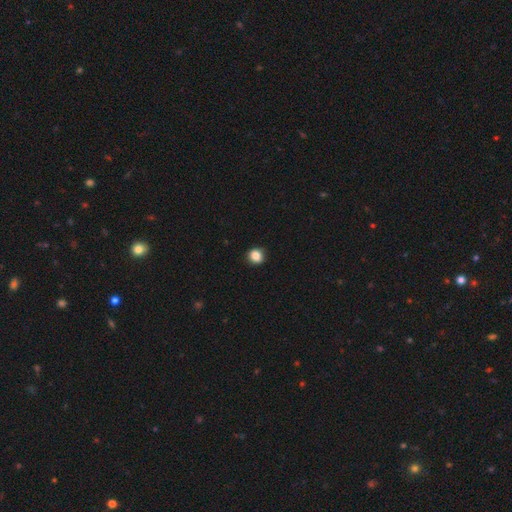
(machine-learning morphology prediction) smooth-or-featured: smooth: 85% | star or artifact: 10% | featured or disk: 4%
  how-rounded: round: 85% | in between: 14% | cigar-shaped: 1%
  merging: none: 88% | minor disturbance: 9% | major disturbance: 2% | merger: 1%